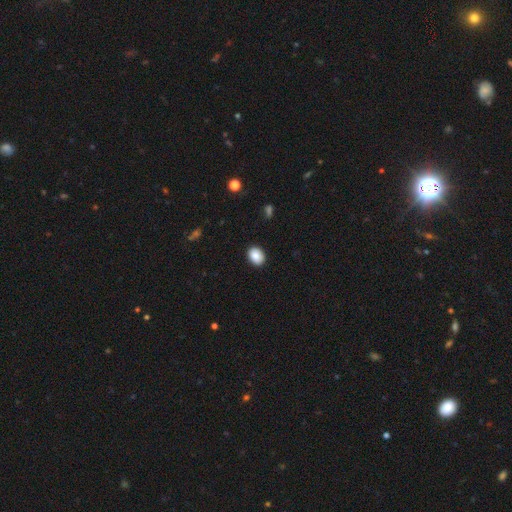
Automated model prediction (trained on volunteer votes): This appears to be a smooth galaxy with no disk features (89%) that is in between round and cigar-shaped (64%). Merging: none (89%).